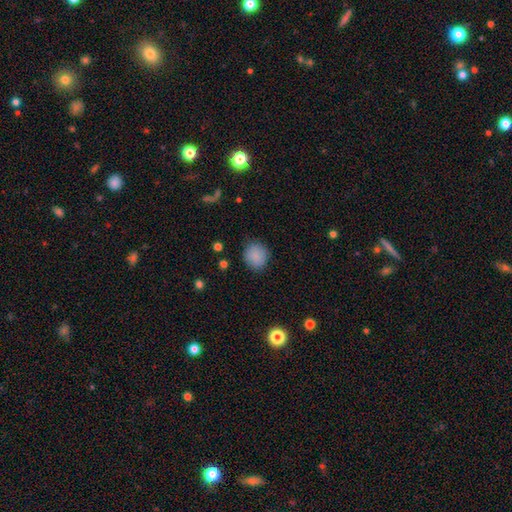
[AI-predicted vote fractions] The model was most divided on "how rounded": round: 83%, in between: 16%, cigar-shaped: 1%. More confident: smooth or featured — smooth (87%); merging — none (85%).